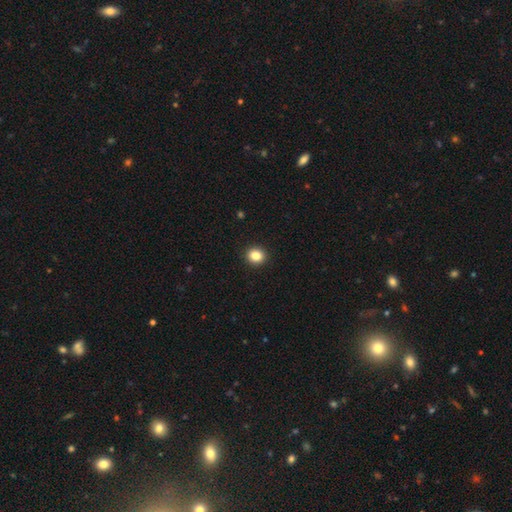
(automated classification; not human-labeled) This is clearly a smooth galaxy (85%). How rounded: clearly round (81%). Merging: clearly none (93%).